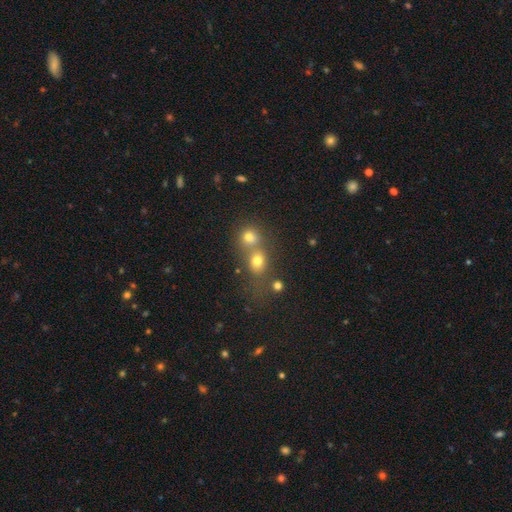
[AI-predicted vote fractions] Smooth or featured? Predicted: smooth (p=0.58). How rounded? Predicted: round (p=0.81). Merging? Predicted: merger (p=0.57).